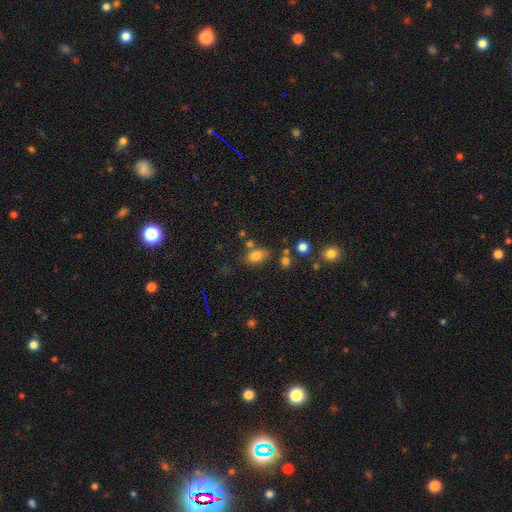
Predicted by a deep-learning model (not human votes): Morphology: type=smooth (80%); roundness=in between (82%); merging=none (65%).